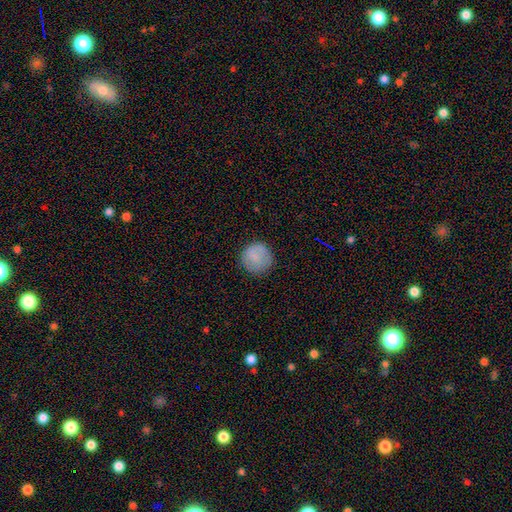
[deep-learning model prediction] A smooth galaxy with no disk features (82%) that is round (94%). Merging: none (81%).